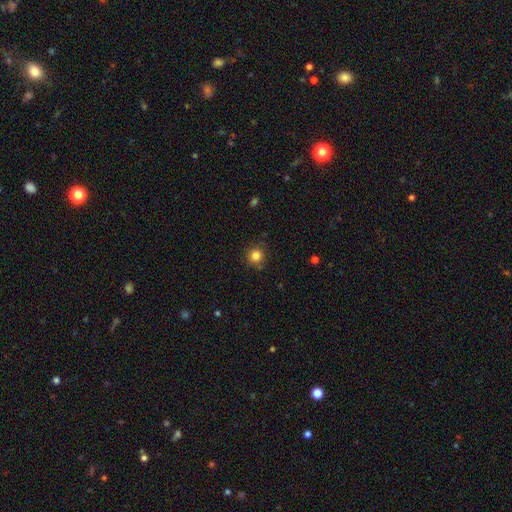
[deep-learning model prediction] smooth-or-featured: smooth: 84% | star or artifact: 12% | featured or disk: 5%
  how-rounded: round: 93% | in between: 6% | cigar-shaped: 1%
  merging: none: 85% | minor disturbance: 11% | major disturbance: 3% | merger: 2%